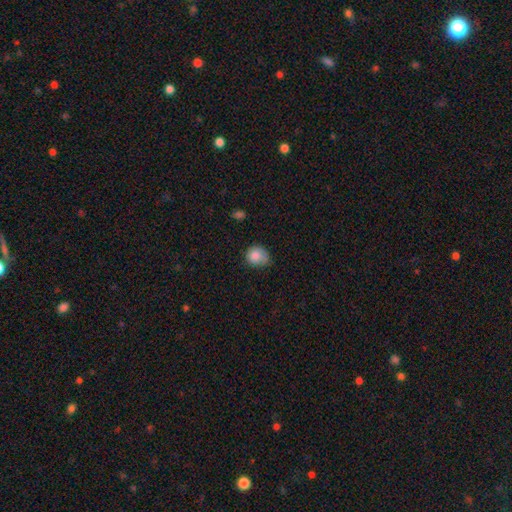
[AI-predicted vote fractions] Smooth or featured: smooth — 85% (star or artifact — 9%)
How rounded: round — 72% (in between — 27%)
Merging: none — 54% (minor disturbance — 35%)